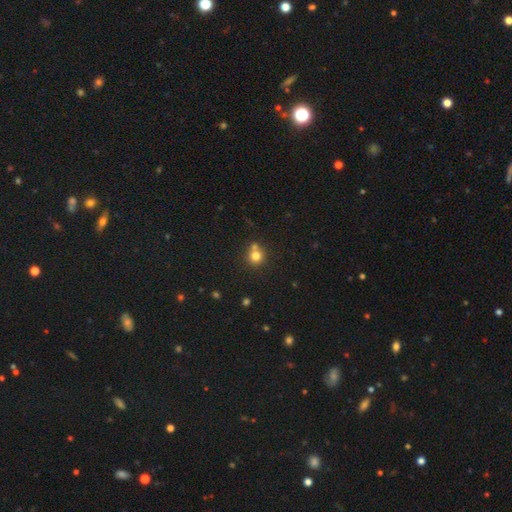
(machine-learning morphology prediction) Smooth or featured?
  - smooth: 77% *
  - star or artifact: 14%
  - featured or disk: 9%
How rounded?
  - round: 90% *
  - in between: 9%
  - cigar-shaped: 1%
Merging?
  - none: 60% *
  - merger: 30%
  - minor disturbance: 8%
  - major disturbance: 3%